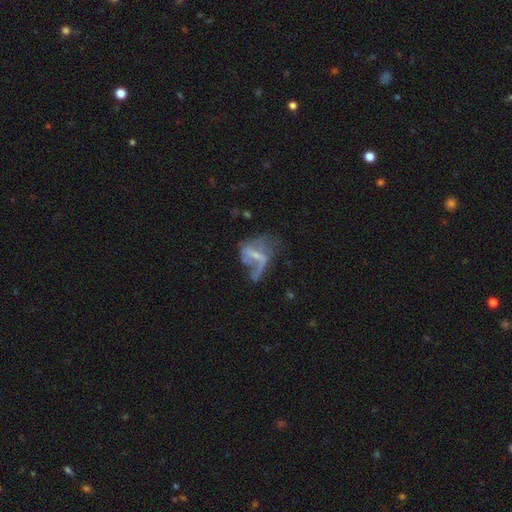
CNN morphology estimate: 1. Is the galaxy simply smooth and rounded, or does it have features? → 70% featured or disk, 21% smooth, 9% star or artifact.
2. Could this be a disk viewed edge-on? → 96% no, 4% yes.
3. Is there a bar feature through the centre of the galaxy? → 44% weak, 31% no, 25% strong.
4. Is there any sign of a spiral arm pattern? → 66% yes, 34% no.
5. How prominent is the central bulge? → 57% small, 23% moderate, 17% none, 2% large, 1% dominant.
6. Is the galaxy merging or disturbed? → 47% major disturbance, 27% none, 20% minor disturbance, 6% merger.